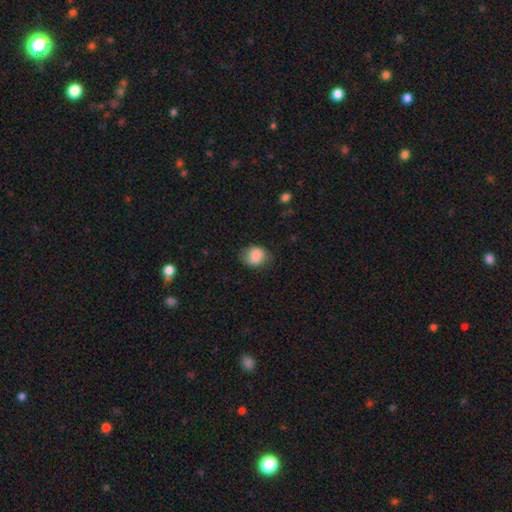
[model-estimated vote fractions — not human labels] Smooth or featured? Predicted: smooth (p=0.85). How rounded? Predicted: round (p=0.56). Merging? Predicted: none (p=0.69).